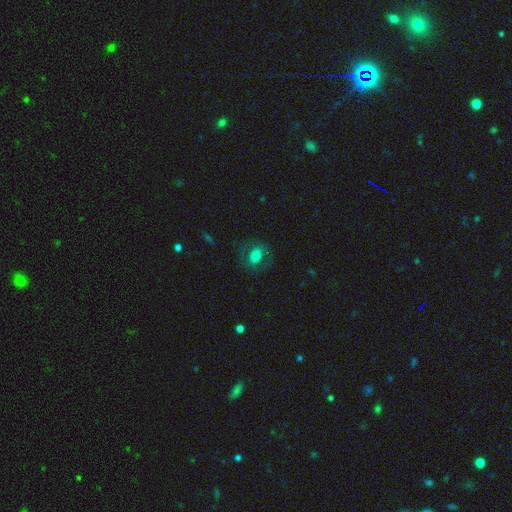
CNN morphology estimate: smooth_or_featured: smooth (p=0.60) [alt: featured or disk p=0.30]
how_rounded: in between (p=0.64) [alt: round p=0.34]
merging: none (p=0.72) [alt: minor disturbance p=0.14]